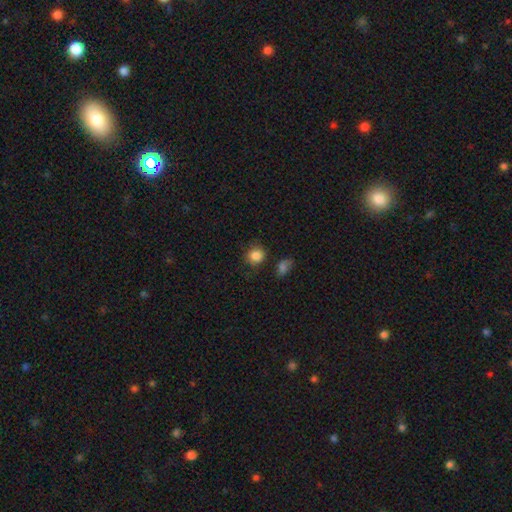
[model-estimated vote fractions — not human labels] This appears to be a smooth galaxy with no disk features (85%) that is round (81%). Merging: none (76%).